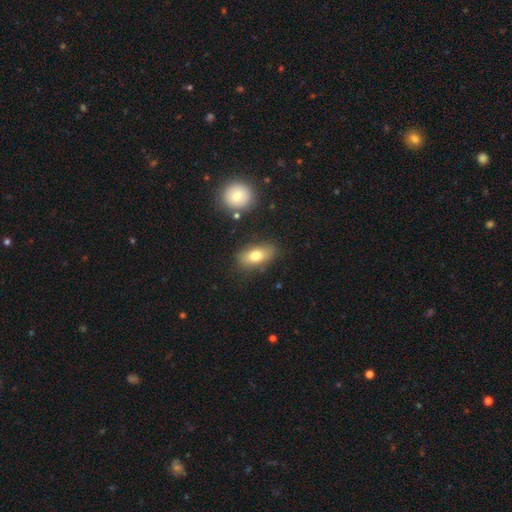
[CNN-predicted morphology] The model was most divided on "smooth or featured": smooth: 75%, featured or disk: 17%, star or artifact: 8%. More confident: how rounded — in between (86%); merging — none (79%).